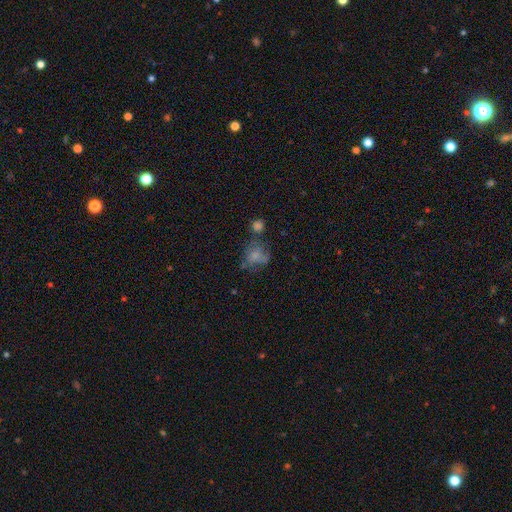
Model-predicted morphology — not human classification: A smooth galaxy with no disk features (65%) that is round (55%). Merging: none (39%).